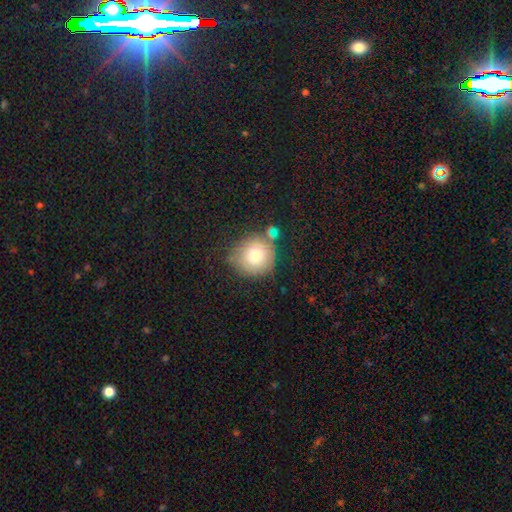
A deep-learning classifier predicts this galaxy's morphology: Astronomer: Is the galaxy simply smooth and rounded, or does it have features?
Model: smooth — 76%.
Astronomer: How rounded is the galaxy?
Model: round — 90%.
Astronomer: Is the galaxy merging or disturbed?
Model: none — 64%.